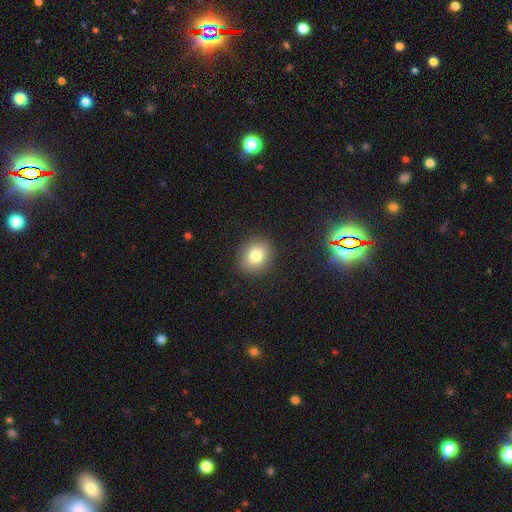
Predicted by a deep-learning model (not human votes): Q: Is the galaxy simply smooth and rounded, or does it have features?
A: smooth — 80%.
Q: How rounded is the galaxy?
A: round — 70%.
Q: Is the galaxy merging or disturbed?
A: none — 89%.